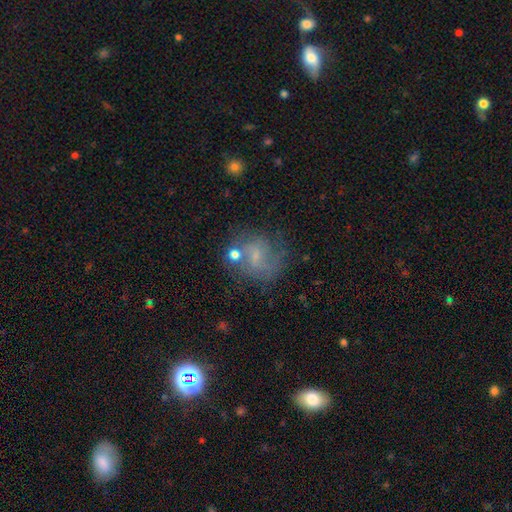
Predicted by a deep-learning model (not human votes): featured or disk 48%, smooth 33%, star or artifact 19%. Down the decision tree: merging — none (59%).